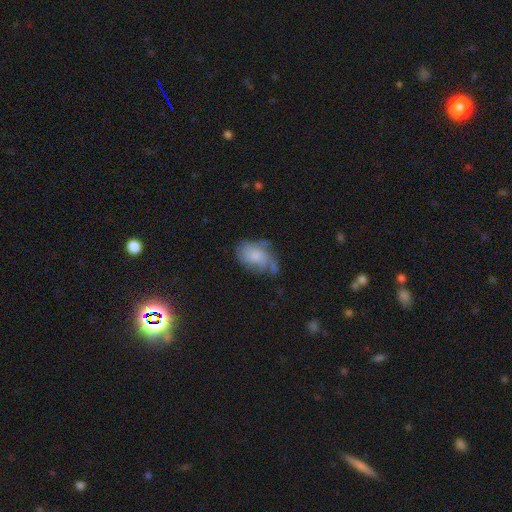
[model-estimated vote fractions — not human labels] The model was most divided on "smooth or featured": smooth: 46%, featured or disk: 45%, star or artifact: 8%. Remaining: merging — none (45%).